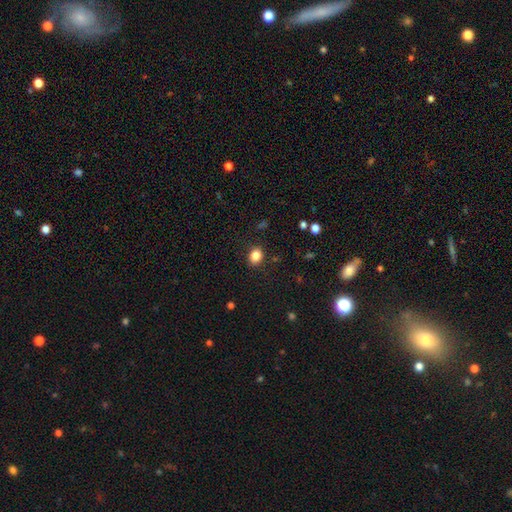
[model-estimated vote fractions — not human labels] The model was most divided on "how rounded": round: 51%, in between: 48%, cigar-shaped: 1%. More confident: merging — none (87%); smooth or featured — smooth (84%).